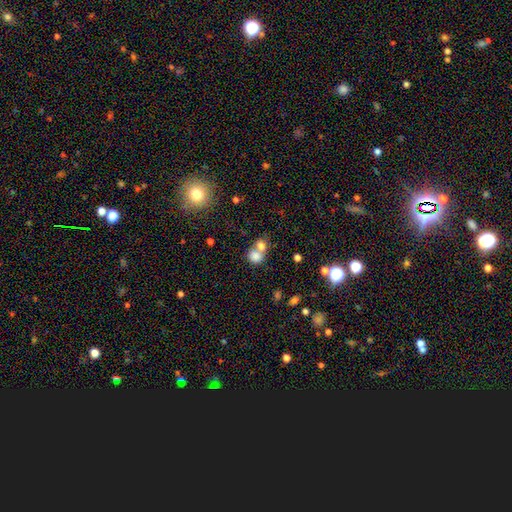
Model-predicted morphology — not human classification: Smooth or featured? smooth (77%)
How rounded? round (64%)
Merging? merger (61%)